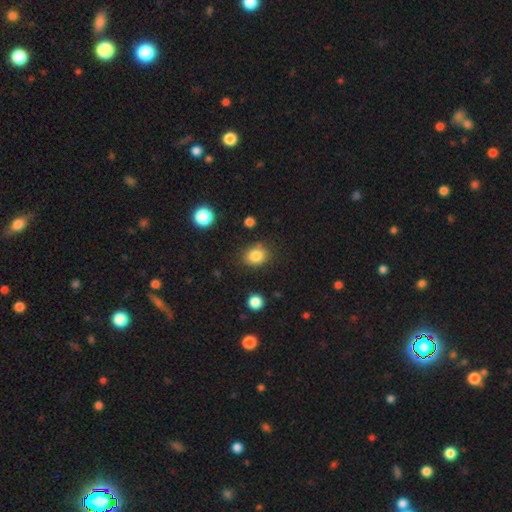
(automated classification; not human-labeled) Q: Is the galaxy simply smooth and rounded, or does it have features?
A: smooth — 84%.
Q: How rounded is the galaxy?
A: round — 60%.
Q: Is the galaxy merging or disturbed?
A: none — 81%.